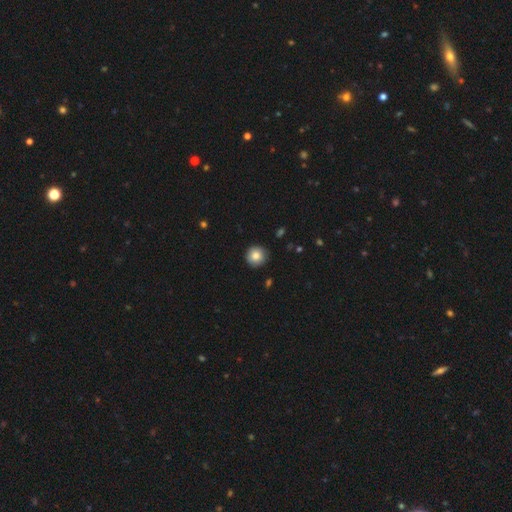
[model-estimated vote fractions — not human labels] Smooth or featured: smooth — 83% (star or artifact — 9%)
How rounded: round — 94% (in between — 5%)
Merging: none — 90% (minor disturbance — 8%)